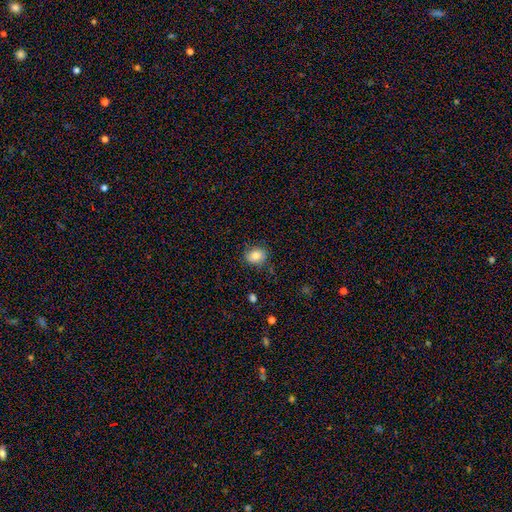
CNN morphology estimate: Overall: smooth (83%). How rounded: in between (53%; round 46%). Merging: none (76%).